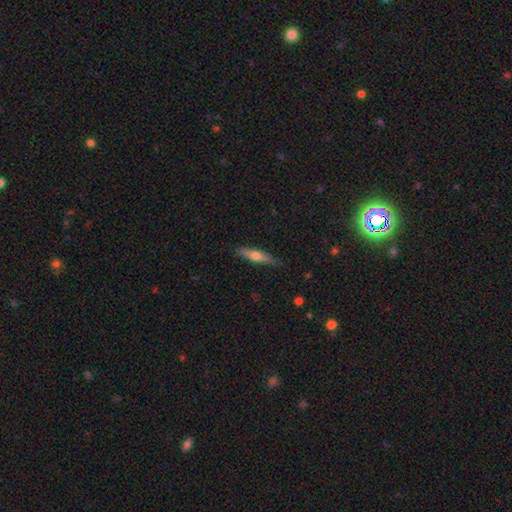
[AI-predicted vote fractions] Morphology: type=smooth (52%); roundness=cigar-shaped (78%); merging=none (84%).